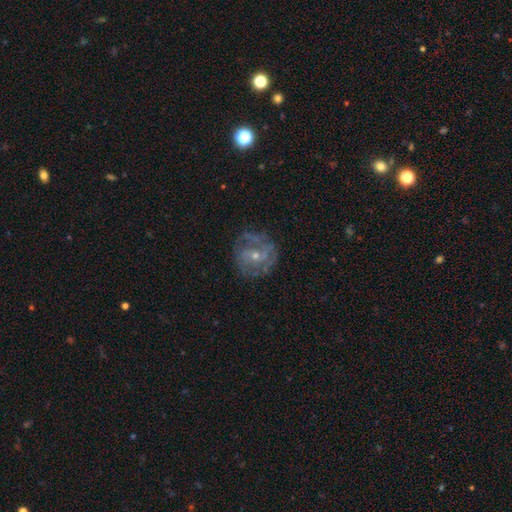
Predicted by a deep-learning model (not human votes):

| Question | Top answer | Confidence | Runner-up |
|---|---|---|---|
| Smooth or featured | featured or disk | 74% | smooth (18%) |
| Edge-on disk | no | 97% | yes (3%) |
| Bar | no | 64% | weak (29%) |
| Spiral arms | yes | 76% | no (24%) |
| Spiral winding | tight | 47% | medium (38%) |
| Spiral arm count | can't tell | 39% | 2 (31%) |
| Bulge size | small | 61% | moderate (35%) |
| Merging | none | 65% | minor disturbance (20%) |